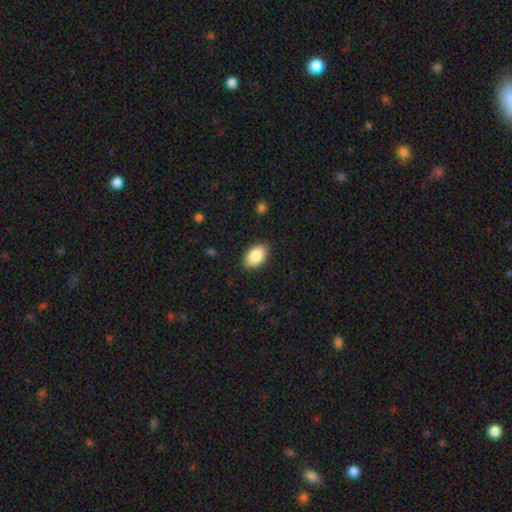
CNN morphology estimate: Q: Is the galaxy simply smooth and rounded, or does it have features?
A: smooth — 86%.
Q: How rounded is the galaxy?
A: in between — 92%.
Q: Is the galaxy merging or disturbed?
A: none — 86%.